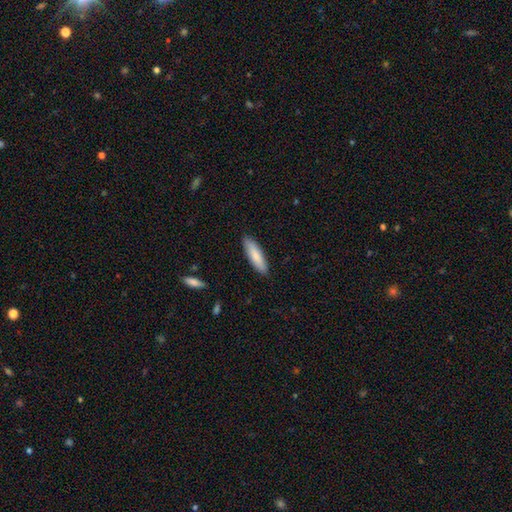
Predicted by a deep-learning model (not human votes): smooth_or_featured: smooth (p=0.81) [alt: featured or disk p=0.14]
how_rounded: cigar-shaped (p=0.59) [alt: in between p=0.40]
merging: none (p=0.88) [alt: minor disturbance p=0.09]